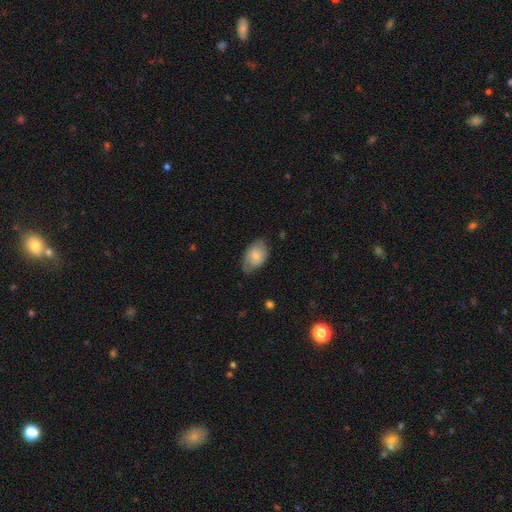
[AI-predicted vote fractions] Morphology: type=smooth (59%); roundness=in between (85%); merging=none (57%).